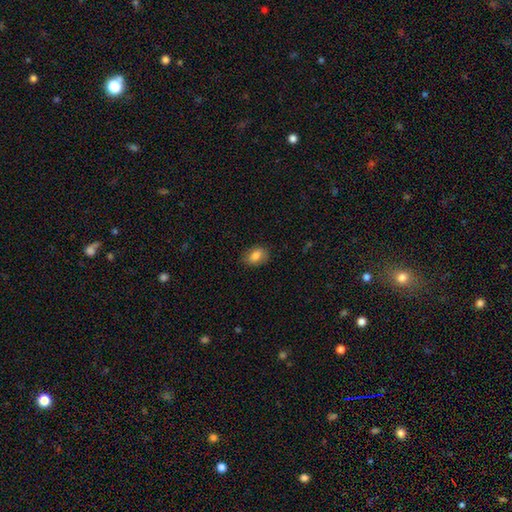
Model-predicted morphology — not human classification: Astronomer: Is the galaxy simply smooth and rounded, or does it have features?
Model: smooth — 81%.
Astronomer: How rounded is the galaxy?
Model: in between — 77%.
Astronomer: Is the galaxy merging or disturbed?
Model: none — 83%.